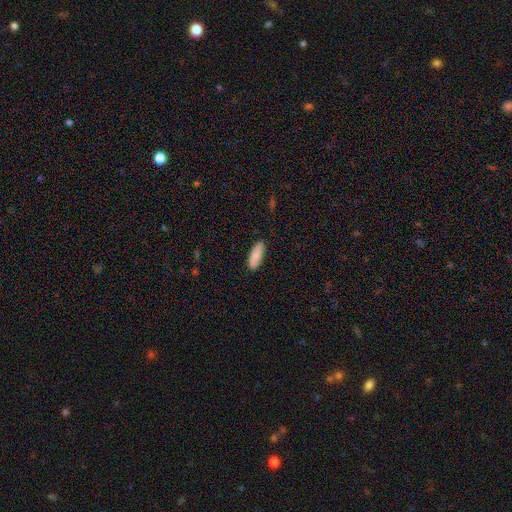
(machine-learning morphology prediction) smooth-or-featured: smooth: 81% | featured or disk: 13% | star or artifact: 6%
  how-rounded: in between: 61% | cigar-shaped: 37% | round: 2%
  merging: none: 88% | minor disturbance: 9% | major disturbance: 2% | merger: 1%